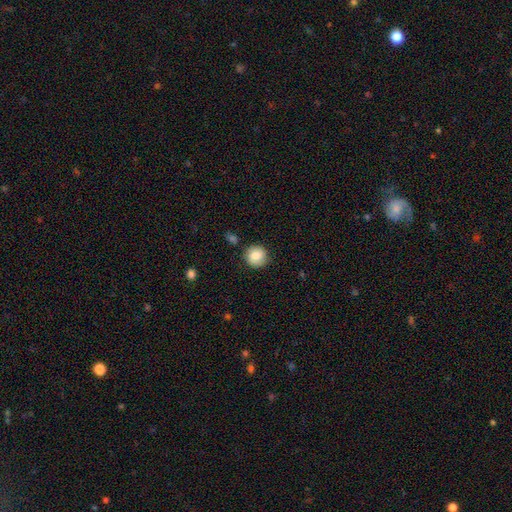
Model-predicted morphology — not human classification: smooth-or-featured: smooth: 81% | featured or disk: 11% | star or artifact: 8%
  how-rounded: round: 92% | in between: 7% | cigar-shaped: 1%
  merging: none: 85% | minor disturbance: 10% | major disturbance: 3% | merger: 3%